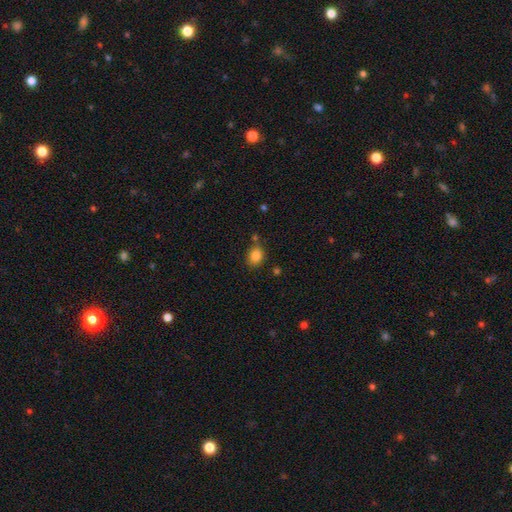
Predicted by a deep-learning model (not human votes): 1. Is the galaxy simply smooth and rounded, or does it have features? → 84% smooth, 10% star or artifact, 6% featured or disk.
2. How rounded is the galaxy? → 51% round, 49% in between, 1% cigar-shaped.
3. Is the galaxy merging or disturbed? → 73% none, 15% minor disturbance, 8% merger, 4% major disturbance.